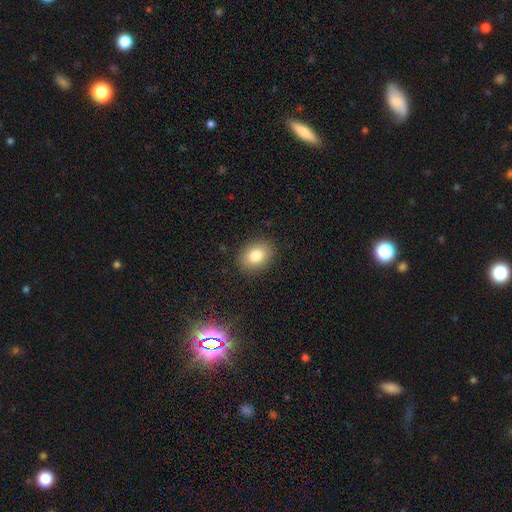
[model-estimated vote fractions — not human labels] This appears to be a smooth galaxy with no disk features (81%) that is in between round and cigar-shaped (59%). Merging: none (88%).